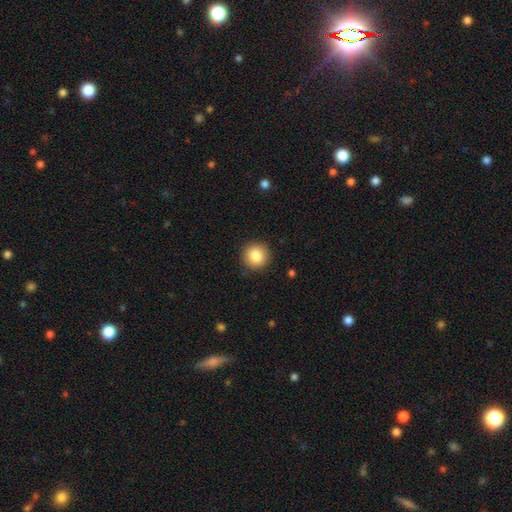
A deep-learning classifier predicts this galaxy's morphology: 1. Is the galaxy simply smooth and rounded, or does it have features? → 85% smooth, 9% star or artifact, 6% featured or disk.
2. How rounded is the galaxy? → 94% round, 5% in between, 1% cigar-shaped.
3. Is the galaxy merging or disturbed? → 91% none, 6% minor disturbance, 2% major disturbance, 1% merger.